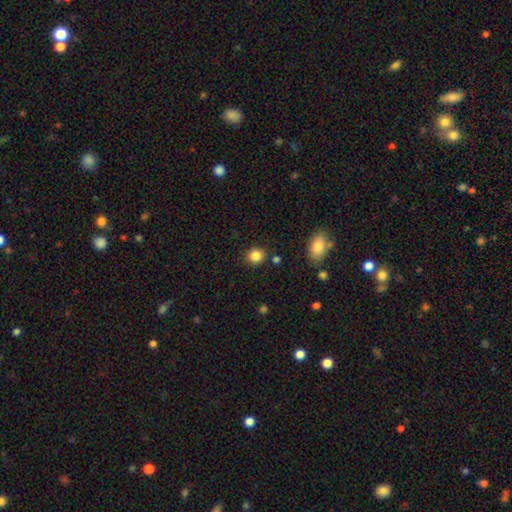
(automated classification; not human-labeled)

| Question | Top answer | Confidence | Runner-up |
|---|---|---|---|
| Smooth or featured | smooth | 86% | star or artifact (10%) |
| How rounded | round | 78% | in between (21%) |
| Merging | none | 85% | minor disturbance (9%) |